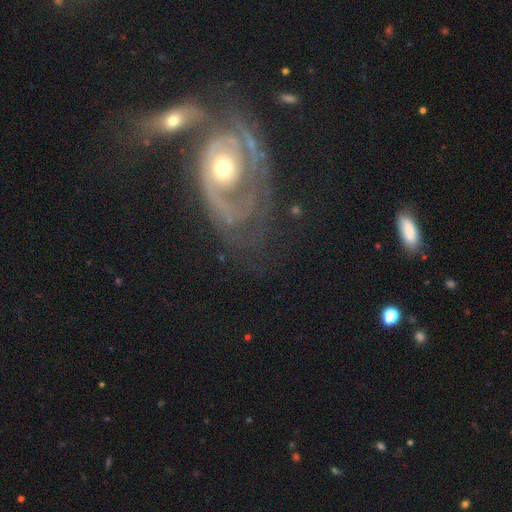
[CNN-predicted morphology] smooth_or_featured: featured or disk (p=0.82) [alt: smooth p=0.11]
disk_edge_on: no (p=0.95) [alt: yes p=0.05]
bar: no (p=0.77) [alt: weak p=0.16]
has_spiral_arms: yes (p=0.81) [alt: no p=0.19]
spiral_winding: tight (p=0.54) [alt: medium p=0.32]
spiral_arm_count: 2 (p=0.41) [alt: can't tell p=0.25]
bulge_size: moderate (p=0.67) [alt: small p=0.22]
merging: none (p=0.40) [alt: major disturbance p=0.24]